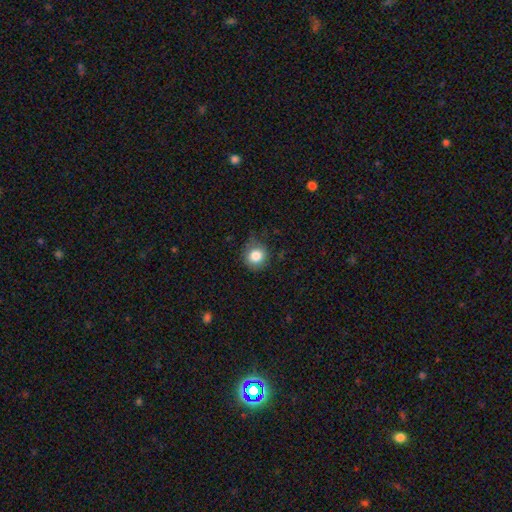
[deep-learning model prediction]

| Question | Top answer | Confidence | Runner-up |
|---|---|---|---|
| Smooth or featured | smooth | 83% | star or artifact (10%) |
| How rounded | round | 86% | in between (13%) |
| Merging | none | 74% | minor disturbance (19%) |